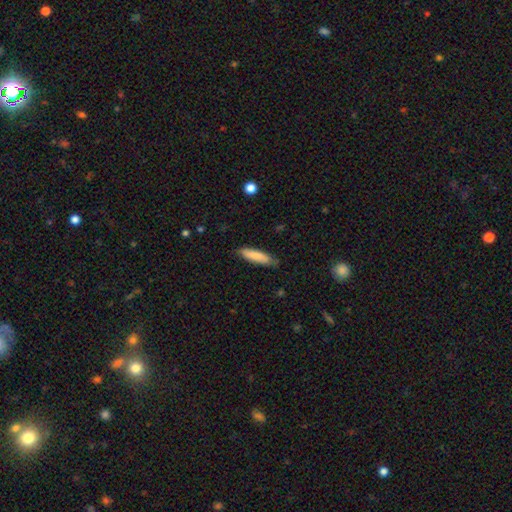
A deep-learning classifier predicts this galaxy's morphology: smooth-or-featured: smooth: 82% | featured or disk: 12% | star or artifact: 6%
  how-rounded: cigar-shaped: 70% | in between: 29% | round: 1%
  merging: none: 80% | minor disturbance: 16% | major disturbance: 2% | merger: 1%